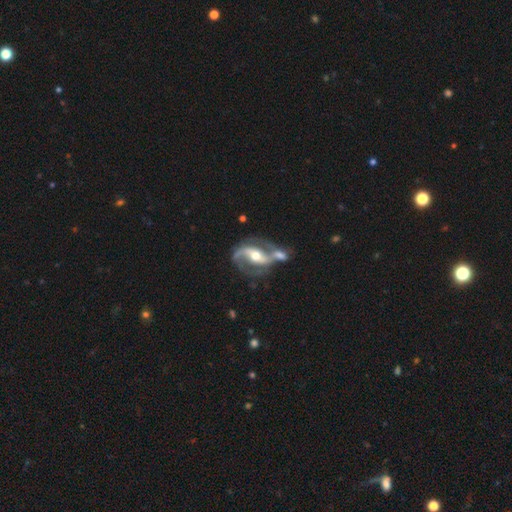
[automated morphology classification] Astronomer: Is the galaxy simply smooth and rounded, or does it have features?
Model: featured or disk — 89%.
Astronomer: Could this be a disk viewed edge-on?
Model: no — 97%.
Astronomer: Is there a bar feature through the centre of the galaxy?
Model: strong — 44% (runner-up: weak, 34%).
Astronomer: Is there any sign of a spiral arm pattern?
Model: yes — 95%.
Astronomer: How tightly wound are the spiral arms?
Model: medium — 50% (runner-up: loose, 36%).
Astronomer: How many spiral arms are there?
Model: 2 — 90%.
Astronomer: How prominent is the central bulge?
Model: moderate — 71%.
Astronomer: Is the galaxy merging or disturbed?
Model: none — 39% (runner-up: merger, 36%).